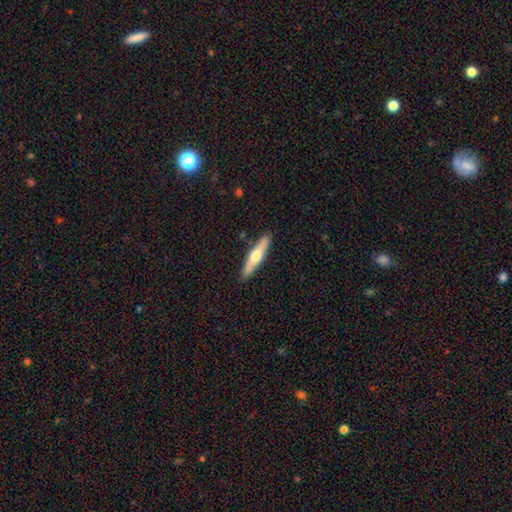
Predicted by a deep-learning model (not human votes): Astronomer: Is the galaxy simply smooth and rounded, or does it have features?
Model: smooth — 48% (runner-up: featured or disk, 47%).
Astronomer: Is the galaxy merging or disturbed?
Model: none — 88%.